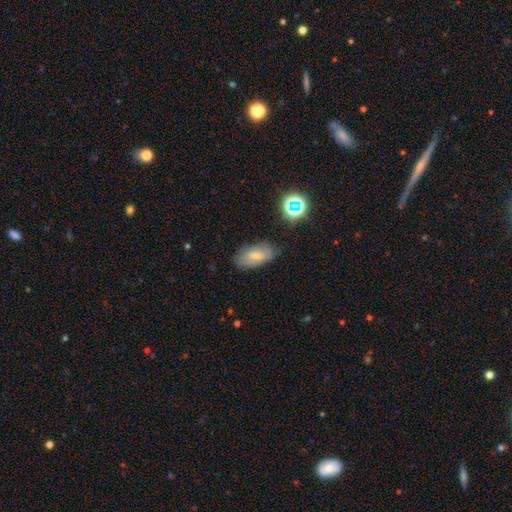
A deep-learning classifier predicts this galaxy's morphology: smooth 55%, featured or disk 33%, star or artifact 12%. Down the decision tree: how rounded — in between (90%); merging — none (73%).